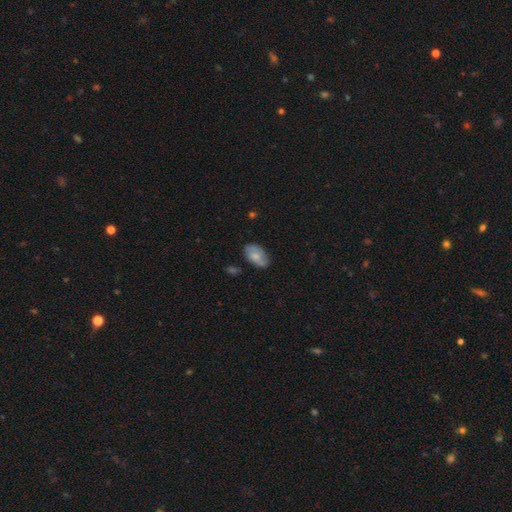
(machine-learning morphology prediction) Overall: smooth (65%; featured or disk 28%). How rounded: in between (92%). Merging: none (72%).